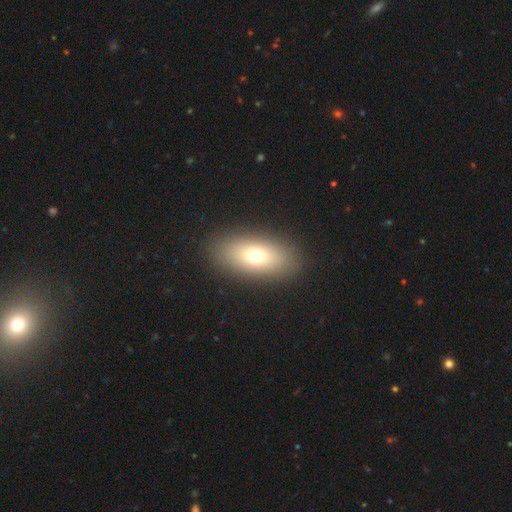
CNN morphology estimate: This appears to be a smooth galaxy with no disk features (71%) that is in between round and cigar-shaped (87%). Merging: none (88%).